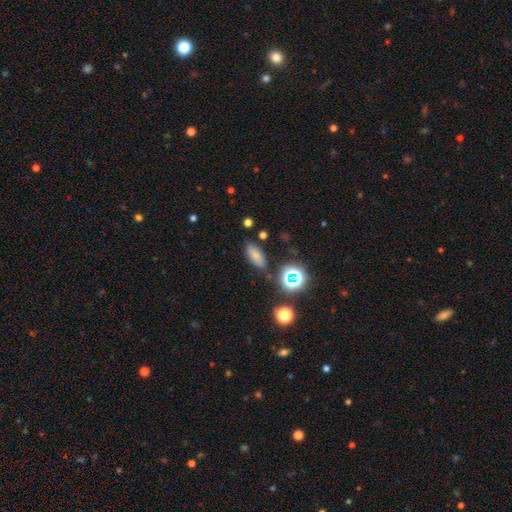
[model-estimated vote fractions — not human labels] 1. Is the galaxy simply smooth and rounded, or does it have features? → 72% smooth, 18% star or artifact, 11% featured or disk.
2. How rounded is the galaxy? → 79% in between, 13% cigar-shaped, 8% round.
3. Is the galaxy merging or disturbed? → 80% none, 12% minor disturbance, 4% major disturbance, 4% merger.